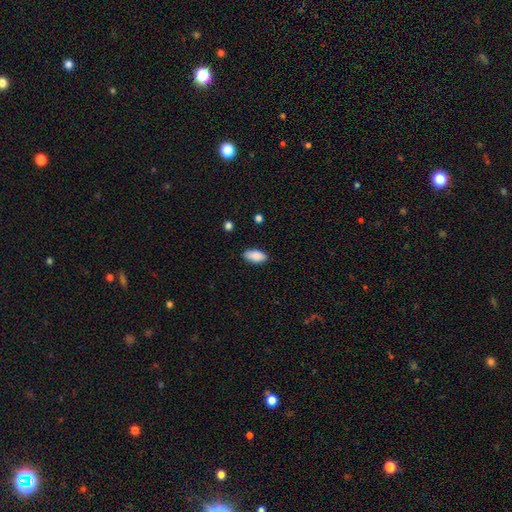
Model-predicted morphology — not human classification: The model was most divided on "merging": none: 86%, minor disturbance: 11%, major disturbance: 2%, merger: 1%. More confident: how rounded — in between (91%); smooth or featured — smooth (88%).